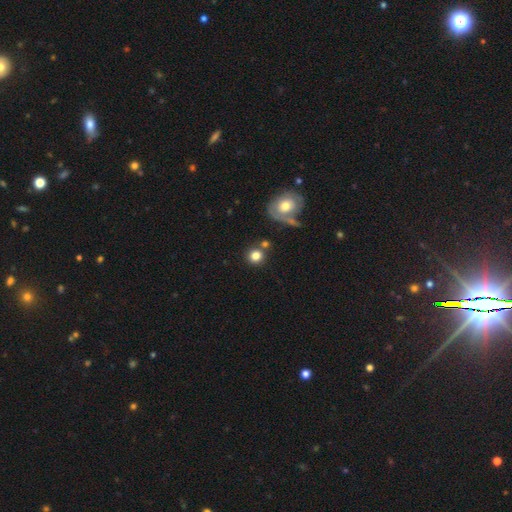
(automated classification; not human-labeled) Smooth or featured?
  - smooth: 80% *
  - star or artifact: 11%
  - featured or disk: 10%
How rounded?
  - round: 89% *
  - in between: 10%
  - cigar-shaped: 1%
Merging?
  - none: 75% *
  - merger: 13%
  - minor disturbance: 9%
  - major disturbance: 4%